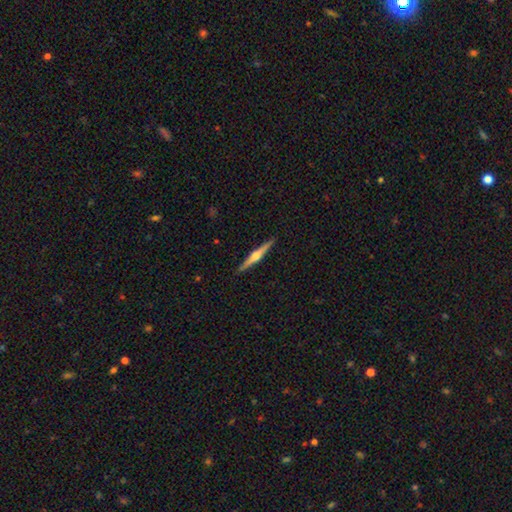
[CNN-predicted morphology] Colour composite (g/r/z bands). It shows a featured or disk galaxy (76%) viewed edge-on (98%) with a rounded central bulge (88%). Merging: none (91%).